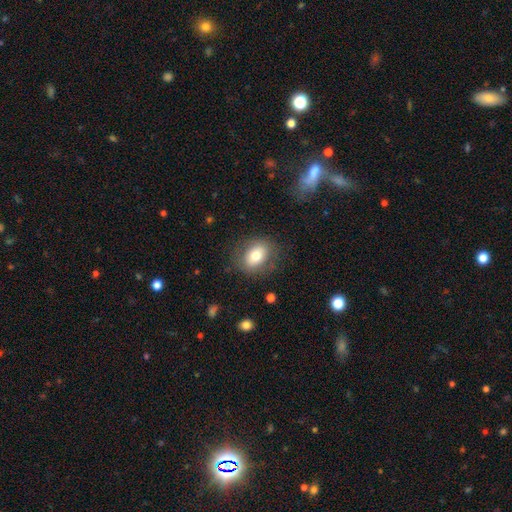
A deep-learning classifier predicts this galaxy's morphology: A smooth galaxy with no disk features (75%) that is in between round and cigar-shaped (66%). Merging: none (79%).